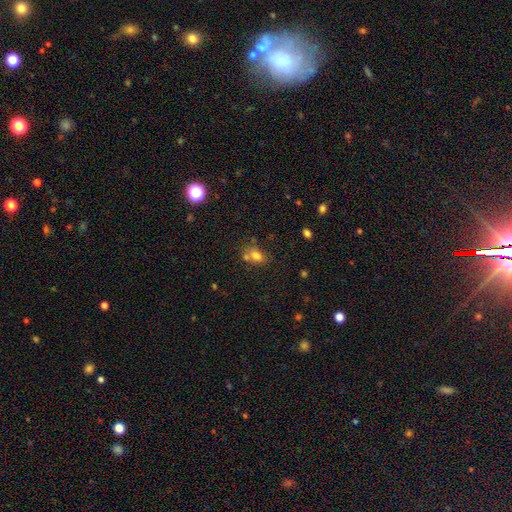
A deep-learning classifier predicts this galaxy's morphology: A smooth galaxy with no disk features (74%) that is in between round and cigar-shaped (70%). Merging: none (47%).